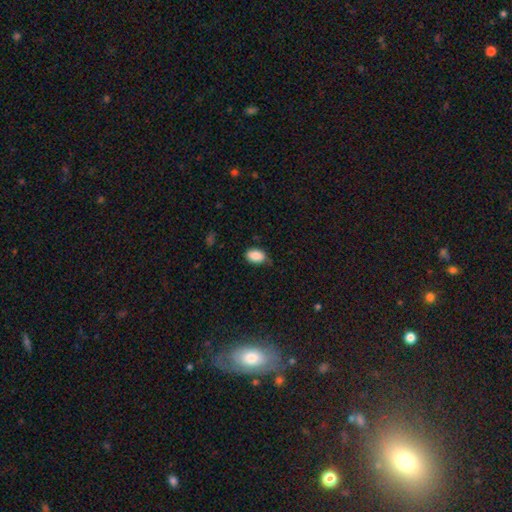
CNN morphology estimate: smooth 88%, star or artifact 7%, featured or disk 5%. Down the decision tree: how rounded — in between (90%); merging — none (71%).